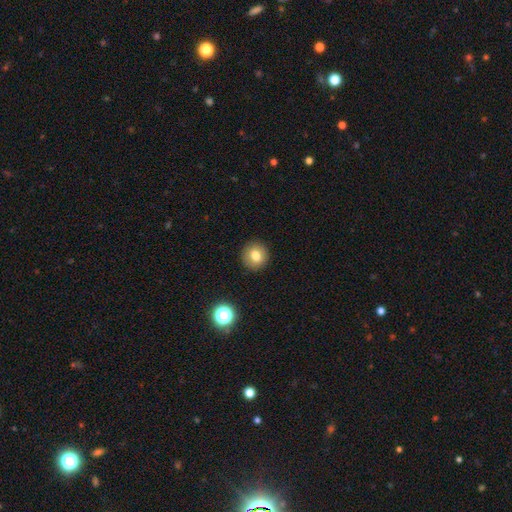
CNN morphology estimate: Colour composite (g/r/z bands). It shows a smooth galaxy with no disk features (78%) that is round (89%). Merging: none (91%).